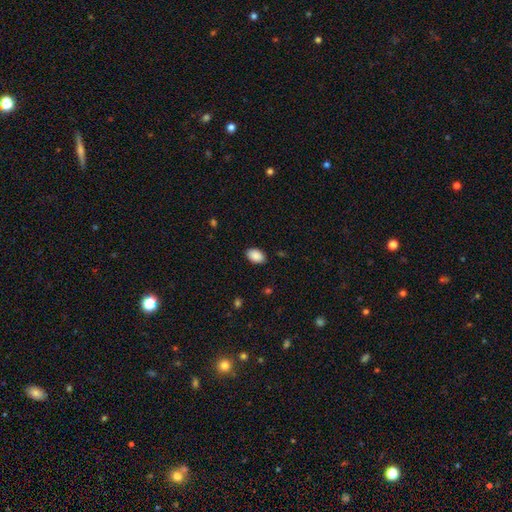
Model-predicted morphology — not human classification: The model was most divided on "merging": none: 87%, minor disturbance: 9%, major disturbance: 2%, merger: 1%. More confident: how rounded — in between (90%); smooth or featured — smooth (90%).